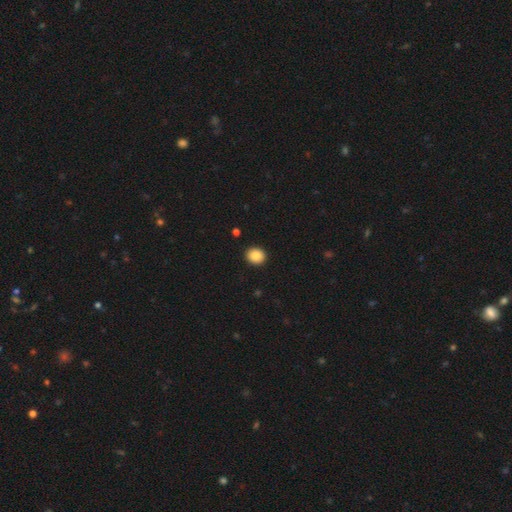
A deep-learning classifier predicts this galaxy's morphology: Overall: smooth (88%). How rounded: round (78%). Merging: none (92%).